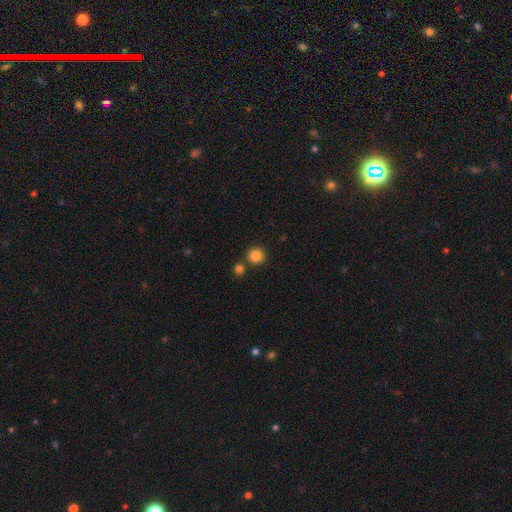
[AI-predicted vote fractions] smooth_or_featured: smooth (p=0.86) [alt: star or artifact p=0.10]
how_rounded: round (p=0.93) [alt: in between p=0.06]
merging: none (p=0.80) [alt: merger p=0.11]